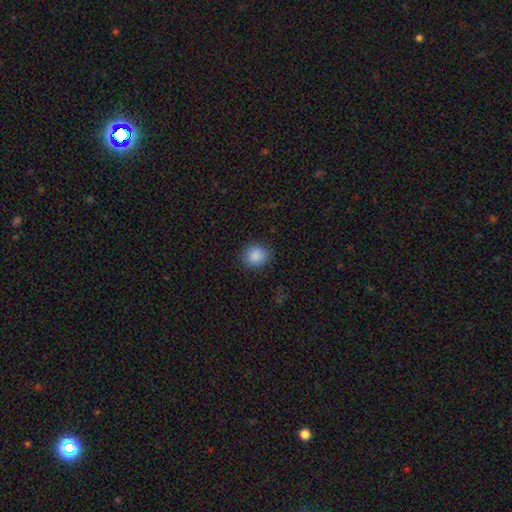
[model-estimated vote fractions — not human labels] Smooth or featured?
  - smooth: 88% *
  - star or artifact: 9%
  - featured or disk: 3%
How rounded?
  - round: 80% *
  - in between: 19%
  - cigar-shaped: 1%
Merging?
  - none: 86% *
  - minor disturbance: 10%
  - major disturbance: 3%
  - merger: 1%